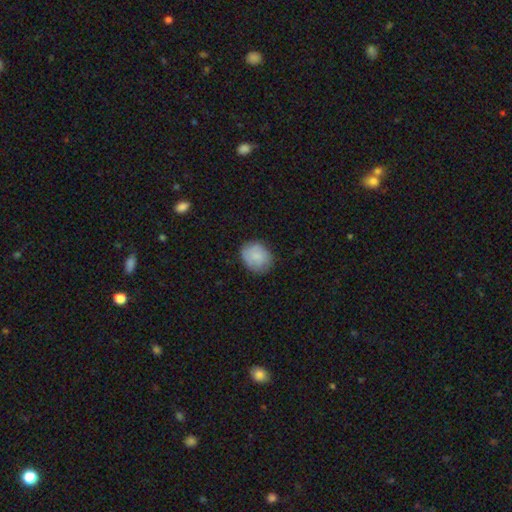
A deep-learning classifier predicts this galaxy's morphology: A smooth galaxy with no disk features (82%) that is round (53%). Merging: none (76%).